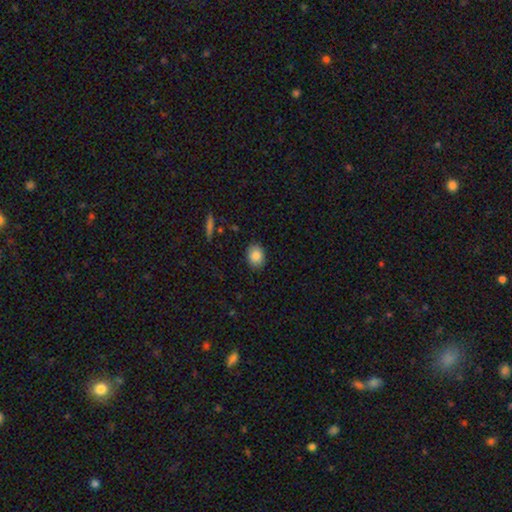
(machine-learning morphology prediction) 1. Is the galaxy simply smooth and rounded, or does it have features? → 86% smooth, 8% star or artifact, 6% featured or disk.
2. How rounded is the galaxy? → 60% in between, 38% round, 1% cigar-shaped.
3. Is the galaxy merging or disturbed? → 85% none, 11% minor disturbance, 2% major disturbance, 1% merger.